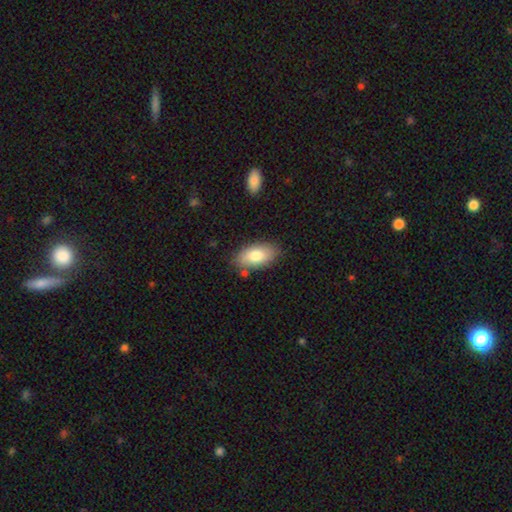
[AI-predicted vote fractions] Smooth or featured?
  - smooth: 79% *
  - featured or disk: 14%
  - star or artifact: 7%
How rounded?
  - in between: 93% *
  - round: 4%
  - cigar-shaped: 4%
Merging?
  - none: 80% *
  - minor disturbance: 14%
  - merger: 3%
  - major disturbance: 3%